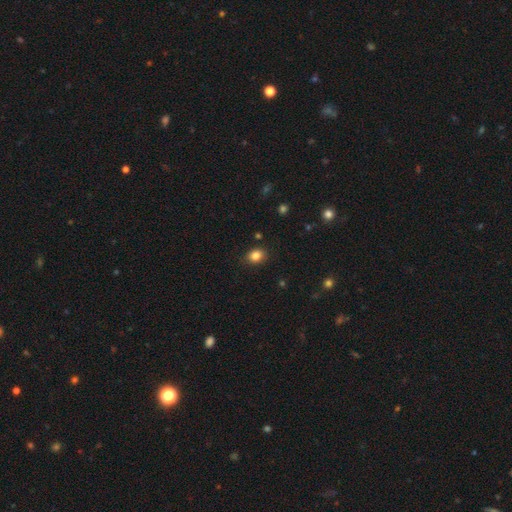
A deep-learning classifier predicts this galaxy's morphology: A smooth galaxy with no disk features (84%) that is in between round and cigar-shaped (53%). Merging: none (86%).